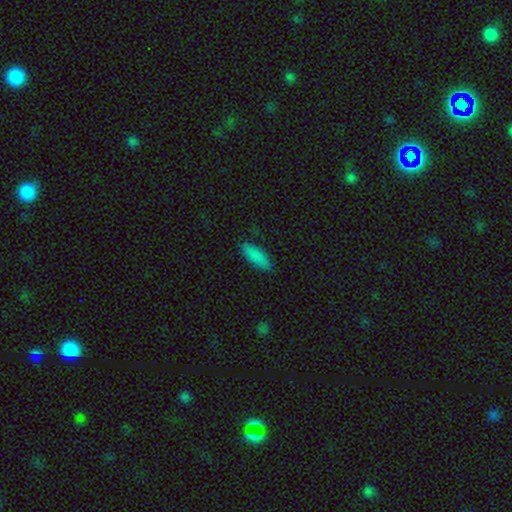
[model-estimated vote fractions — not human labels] Smooth or featured? smooth (86%)
How rounded? in between (70%)
Merging? none (84%)